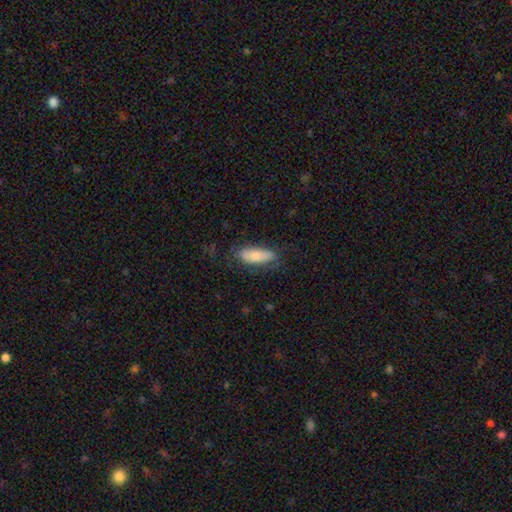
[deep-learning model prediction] smooth_or_featured: smooth (p=0.73) [alt: featured or disk p=0.20]
how_rounded: in between (p=0.72) [alt: cigar-shaped p=0.26]
merging: none (p=0.73) [alt: minor disturbance p=0.19]